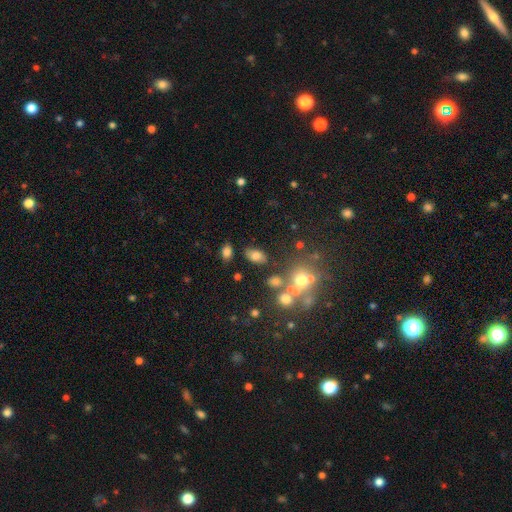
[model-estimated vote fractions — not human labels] smooth-or-featured: smooth: 73% | featured or disk: 14% | star or artifact: 13%
  how-rounded: in between: 88% | round: 10% | cigar-shaped: 2%
  merging: none: 77% | minor disturbance: 13% | merger: 6% | major disturbance: 5%